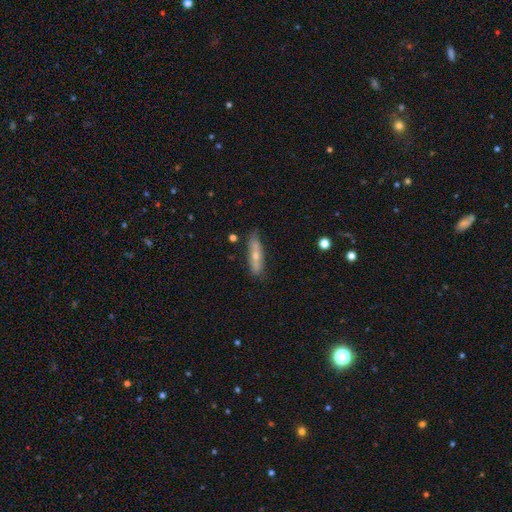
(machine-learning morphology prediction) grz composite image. It shows a smooth galaxy with no disk features (51%) that is cigar-shaped (68%). Merging: none (78%).